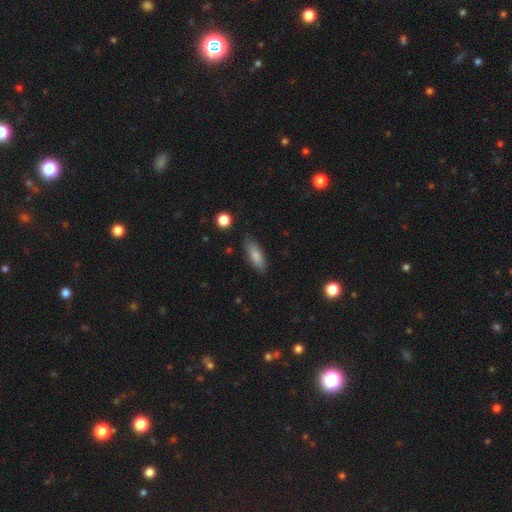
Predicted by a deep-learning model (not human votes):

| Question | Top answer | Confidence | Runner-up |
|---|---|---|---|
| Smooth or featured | smooth | 82% | featured or disk (12%) |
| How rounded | in between | 54% | cigar-shaped (44%) |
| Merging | none | 84% | minor disturbance (12%) |